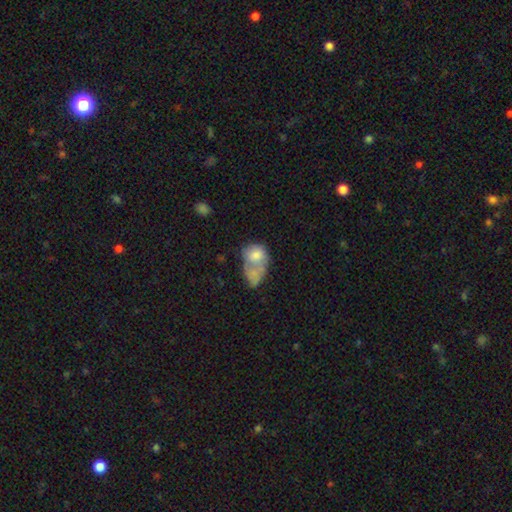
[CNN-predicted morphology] smooth_or_featured: smooth (p=0.69) [alt: featured or disk p=0.23]
how_rounded: in between (p=0.63) [alt: round p=0.36]
merging: merger (p=0.63) [alt: none p=0.15]